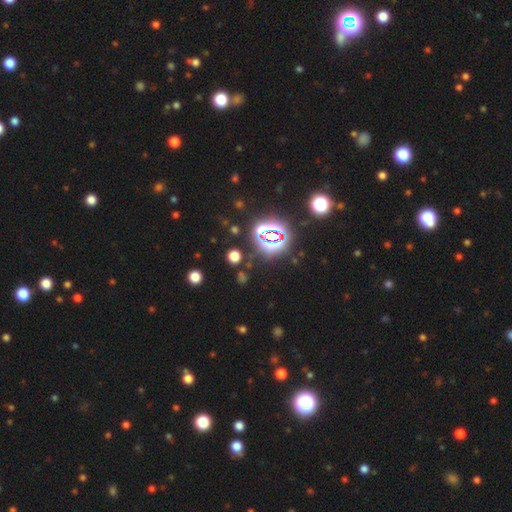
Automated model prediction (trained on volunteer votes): smooth_or_featured: star or artifact (p=0.82) [alt: smooth p=0.11]